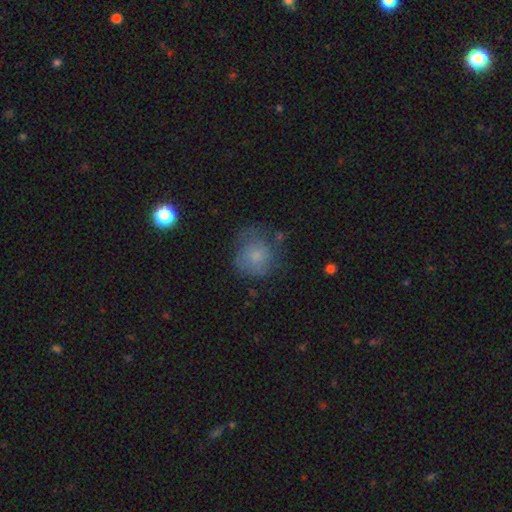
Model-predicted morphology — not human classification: Overall: smooth (70%). How rounded: round (83%). Merging: none (49%; minor disturbance 29%).